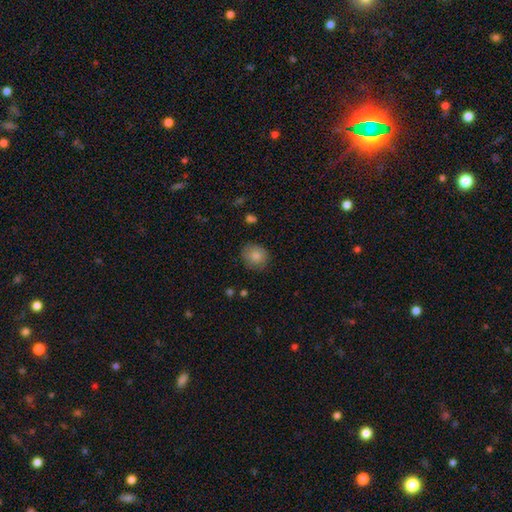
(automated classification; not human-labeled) Q: Smooth or featured?
A: smooth (84%); runner-up: star or artifact (8%)
Q: How rounded?
A: round (74%); runner-up: in between (25%)
Q: Merging?
A: none (83%); runner-up: minor disturbance (13%)